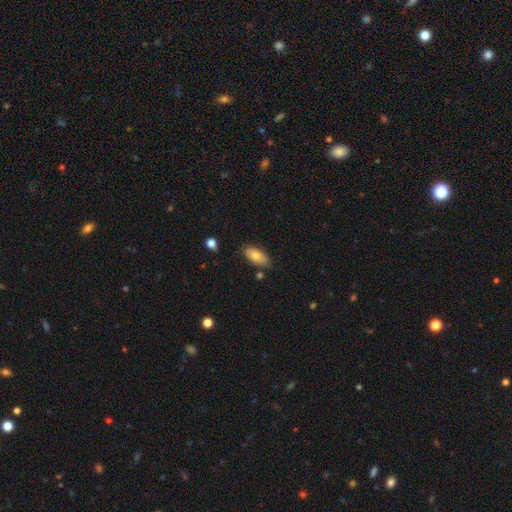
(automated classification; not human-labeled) Smooth or featured? smooth (78%)
How rounded? in between (92%)
Merging? none (80%)